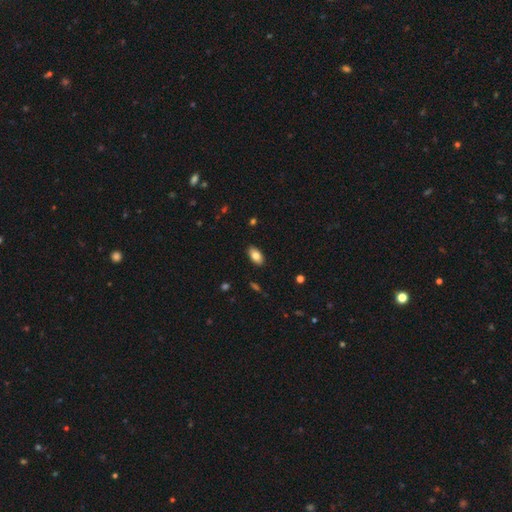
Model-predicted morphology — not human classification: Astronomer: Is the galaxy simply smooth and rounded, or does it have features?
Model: smooth — 82%.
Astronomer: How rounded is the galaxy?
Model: in between — 93%.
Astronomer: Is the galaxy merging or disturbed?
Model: none — 88%.